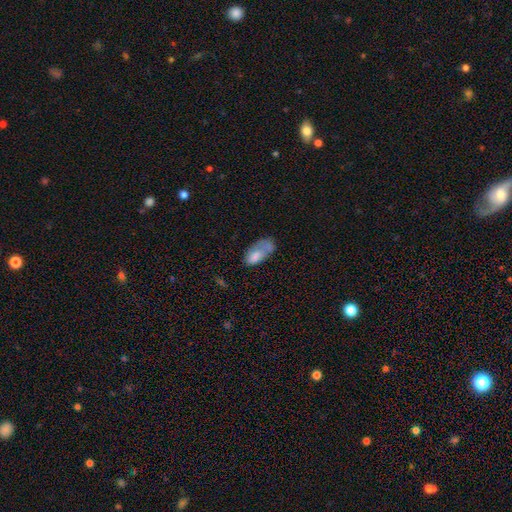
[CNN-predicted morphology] This is likely a smooth galaxy (61%). How rounded: clearly in between (89%). Merging: marginally none (32%).